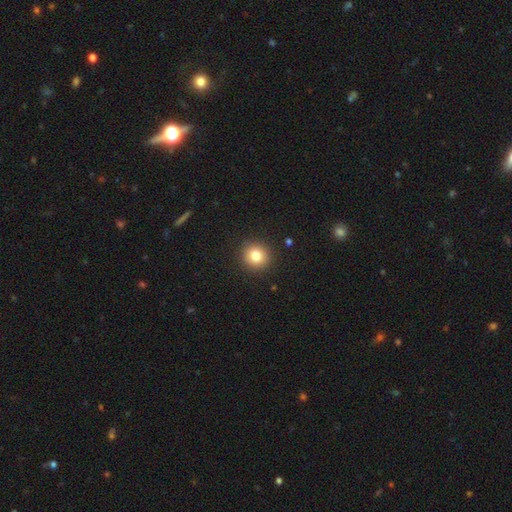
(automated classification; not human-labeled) smooth 81%, star or artifact 11%, featured or disk 8%. Down the decision tree: how rounded — round (91%); merging — none (91%).